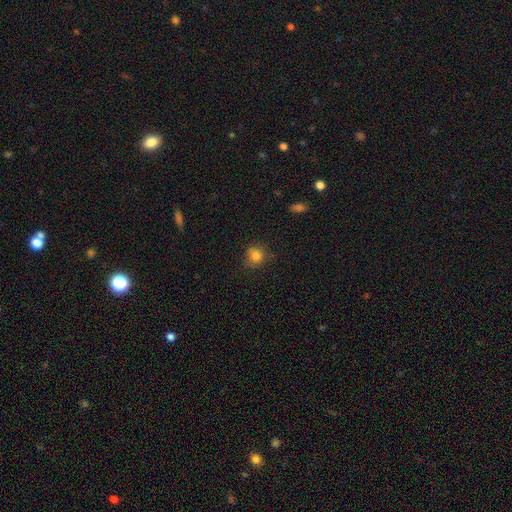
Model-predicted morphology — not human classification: A smooth galaxy with no disk features (81%) that is round (82%).

Vote fractions:
- Smooth or featured? smooth: 81% / star or artifact: 12% / featured or disk: 7%
- How rounded? round: 82% / in between: 17% / cigar-shaped: 1%
- Merging? none: 74% / minor disturbance: 19% / major disturbance: 5% / merger: 2%